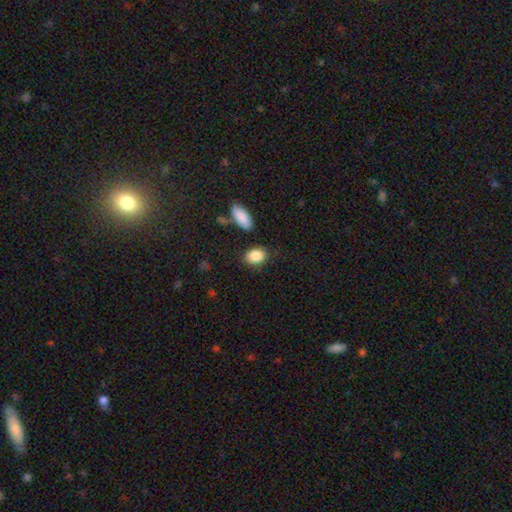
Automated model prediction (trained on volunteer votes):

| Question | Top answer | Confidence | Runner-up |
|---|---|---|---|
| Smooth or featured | smooth | 88% | star or artifact (7%) |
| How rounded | in between | 69% | round (29%) |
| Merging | none | 78% | minor disturbance (14%) |